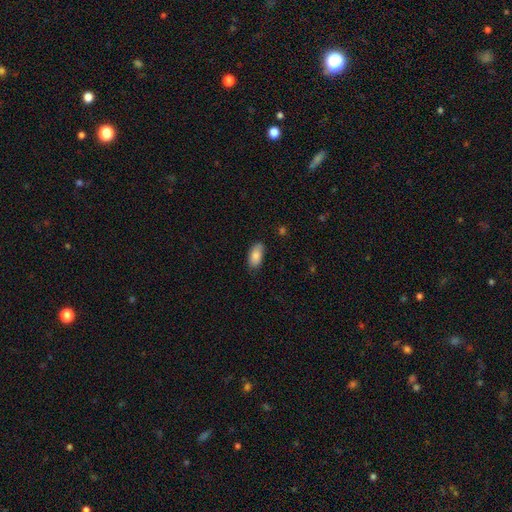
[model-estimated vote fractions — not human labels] smooth_or_featured: smooth (p=0.84) [alt: featured or disk p=0.09]
how_rounded: in between (p=0.93) [alt: cigar-shaped p=0.04]
merging: none (p=0.77) [alt: minor disturbance p=0.19]